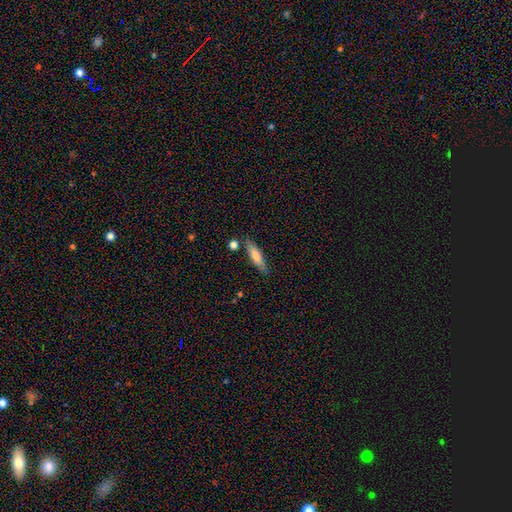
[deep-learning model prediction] A smooth galaxy with no disk features (70%) that is cigar-shaped (73%).

Vote fractions:
- Smooth or featured? smooth: 70% / featured or disk: 23% / star or artifact: 7%
- How rounded? cigar-shaped: 73% / in between: 25% / round: 2%
- Merging? none: 79% / minor disturbance: 13% / merger: 6% / major disturbance: 3%